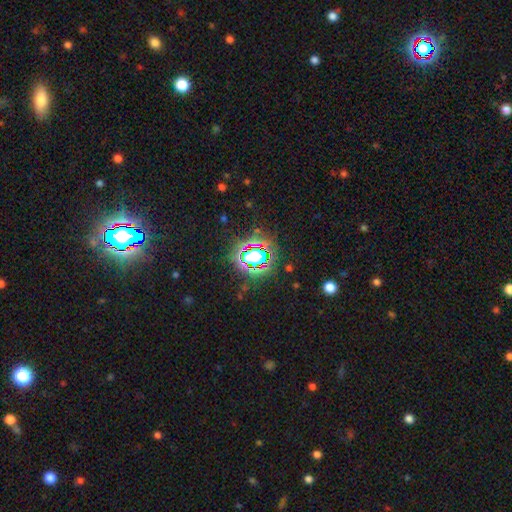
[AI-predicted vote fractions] This appears to be a star or artifact, not a galaxy (70%).